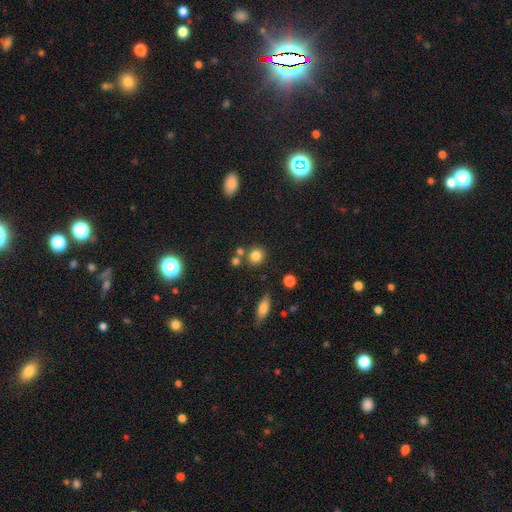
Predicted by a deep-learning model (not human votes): smooth-or-featured: smooth: 81% | star or artifact: 12% | featured or disk: 7%
  how-rounded: round: 86% | in between: 13% | cigar-shaped: 1%
  merging: none: 73% | merger: 14% | minor disturbance: 10% | major disturbance: 3%